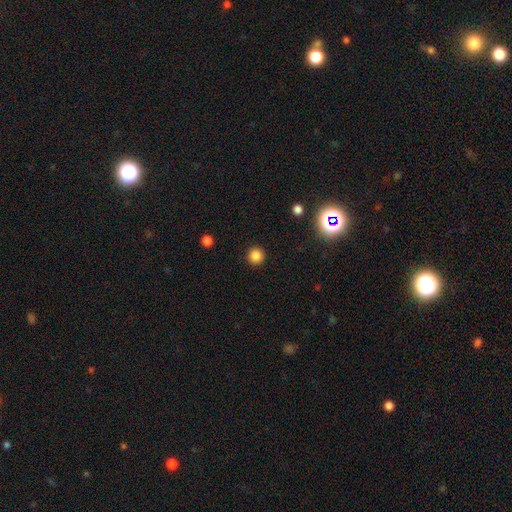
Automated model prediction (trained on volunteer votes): This is clearly a smooth galaxy (83%). How rounded: clearly round (95%). Merging: clearly none (92%).